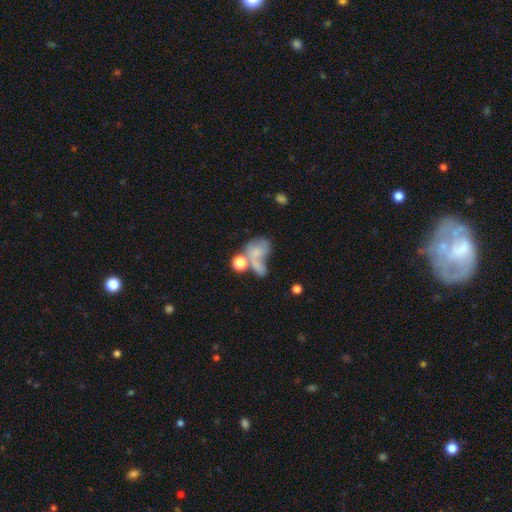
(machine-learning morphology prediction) Smooth or featured? smooth (56%)
How rounded? in between (64%)
Merging? merger (43%)